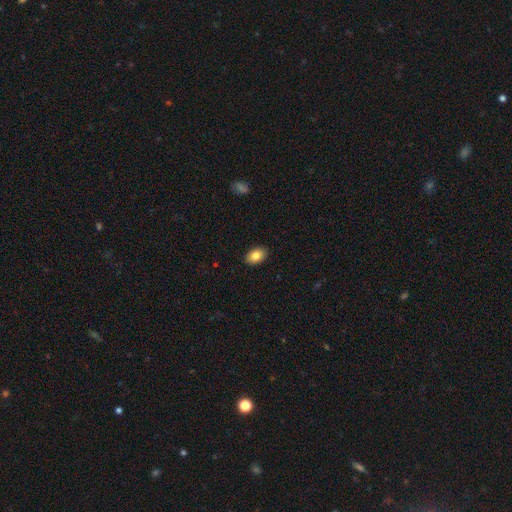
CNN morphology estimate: A smooth galaxy with no disk features (85%) that is in between round and cigar-shaped (89%).

Vote fractions:
- Smooth or featured? smooth: 85% / featured or disk: 8% / star or artifact: 7%
- How rounded? in between: 89% / round: 10% / cigar-shaped: 1%
- Merging? none: 90% / minor disturbance: 8% / major disturbance: 2% / merger: 1%